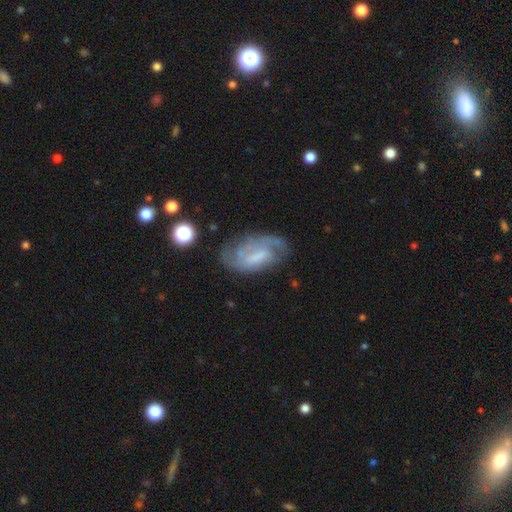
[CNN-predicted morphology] Smooth or featured? featured or disk (65%)
Edge-on disk? no (94%)
Bar? weak (46%)
Spiral arms? yes (81%)
Bulge size? none (43%)
Merging? none (57%)